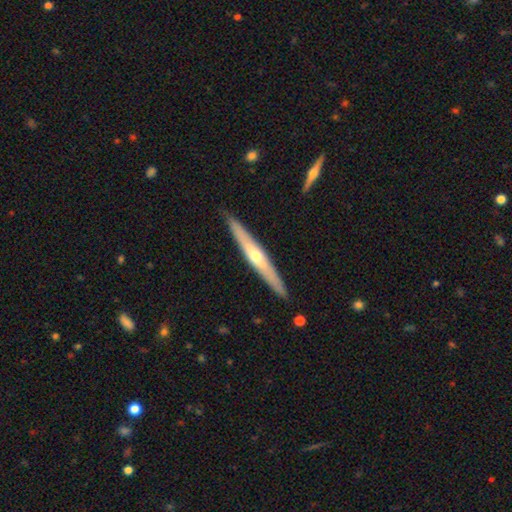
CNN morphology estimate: featured or disk 67%, smooth 28%, star or artifact 5%. Down the decision tree: edge-on disk — yes (95%); edge-on bulge — rounded (82%); merging — none (90%).